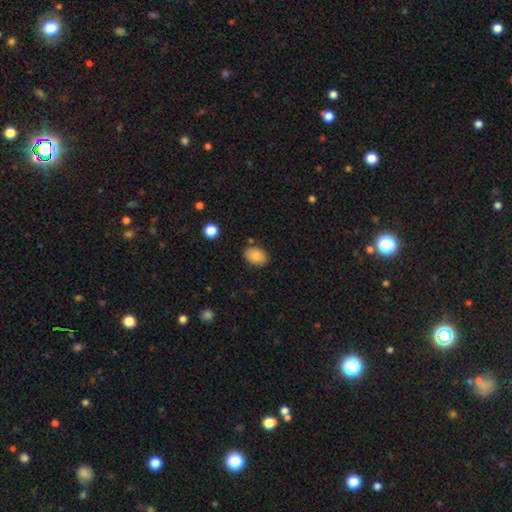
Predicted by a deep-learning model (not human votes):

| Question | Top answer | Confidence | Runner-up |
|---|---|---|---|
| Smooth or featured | smooth | 84% | star or artifact (8%) |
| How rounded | in between | 82% | round (17%) |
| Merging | none | 82% | minor disturbance (12%) |